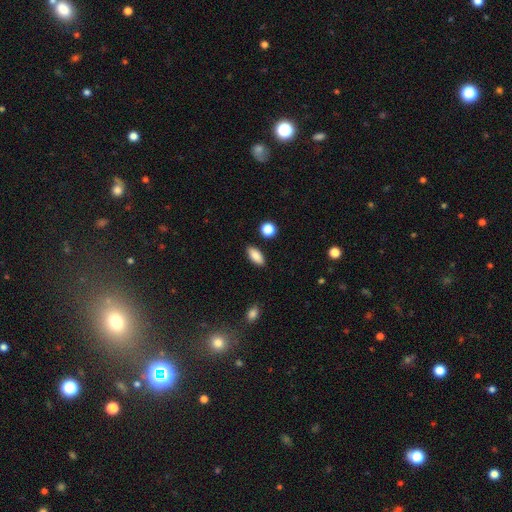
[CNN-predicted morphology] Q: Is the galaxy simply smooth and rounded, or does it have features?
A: smooth — 87%.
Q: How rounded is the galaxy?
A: in between — 86%.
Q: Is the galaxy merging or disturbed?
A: none — 88%.